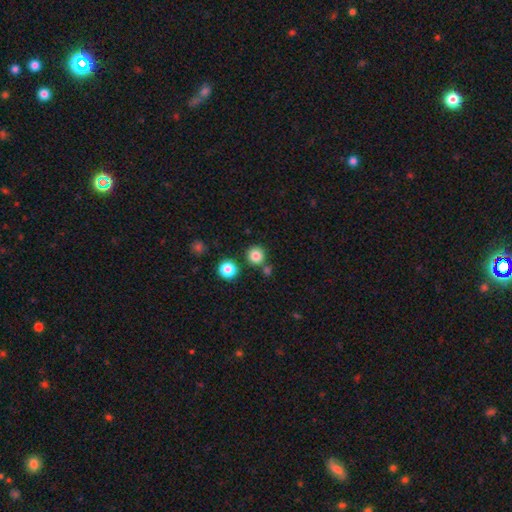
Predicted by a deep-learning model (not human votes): A smooth galaxy with no disk features (83%) that is round (94%). Merging: none (81%).